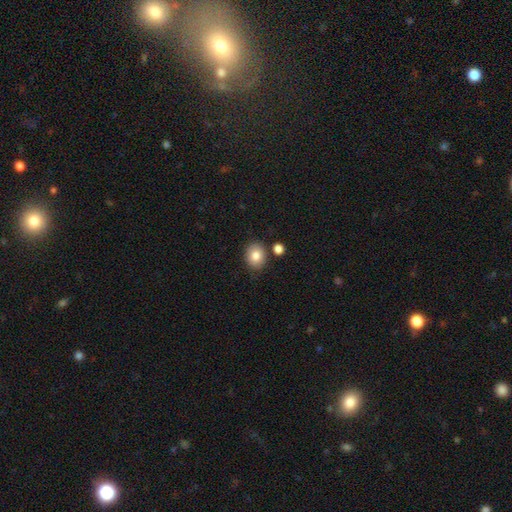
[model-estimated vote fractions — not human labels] Smooth or featured? Predicted: smooth (p=0.82). How rounded? Predicted: round (p=0.55). Merging? Predicted: none (p=0.79).